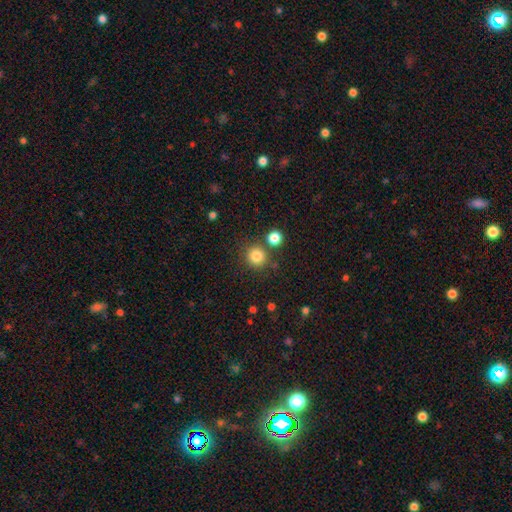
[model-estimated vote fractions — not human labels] Morphology: type=smooth (83%); roundness=round (93%); merging=none (79%).